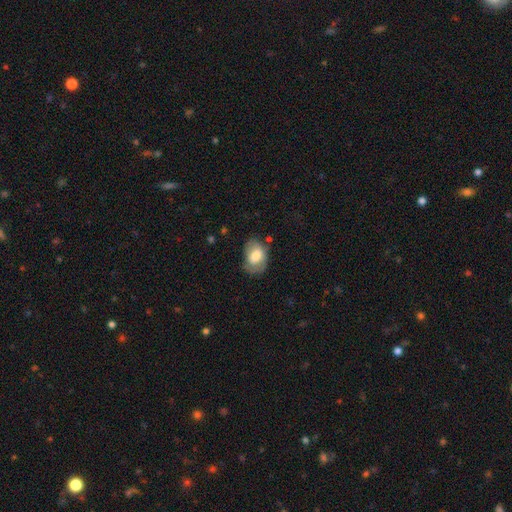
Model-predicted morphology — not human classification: Overall: smooth (65%; featured or disk 28%). How rounded: in between (83%). Merging: none (52%; minor disturbance 31%).